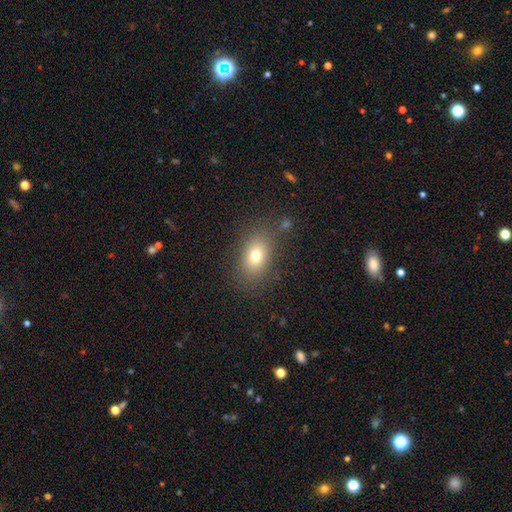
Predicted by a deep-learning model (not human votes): Smooth or featured? Predicted: smooth (p=0.74). How rounded? Predicted: in between (p=0.75). Merging? Predicted: none (p=0.80).